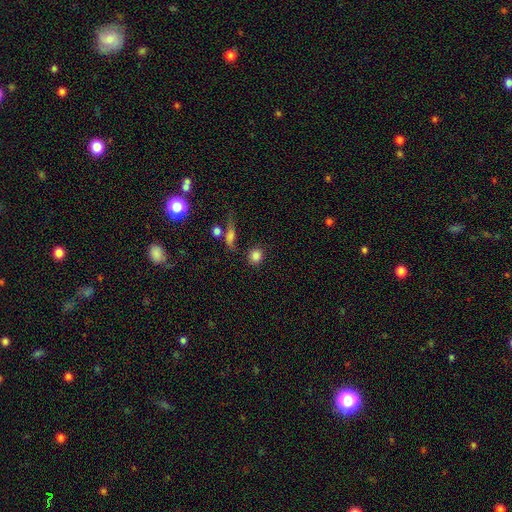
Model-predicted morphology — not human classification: type=smooth (84%); roundness=round (81%); merging=none (77%).